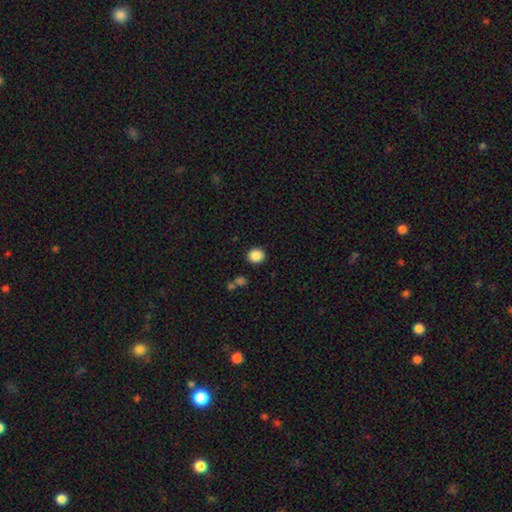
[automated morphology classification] A smooth galaxy with no disk features (88%) that is round (90%).

Vote fractions:
- Smooth or featured? smooth: 88% / star or artifact: 9% / featured or disk: 3%
- How rounded? round: 90% / in between: 9% / cigar-shaped: 1%
- Merging? none: 90% / minor disturbance: 5% / merger: 2% / major disturbance: 2%